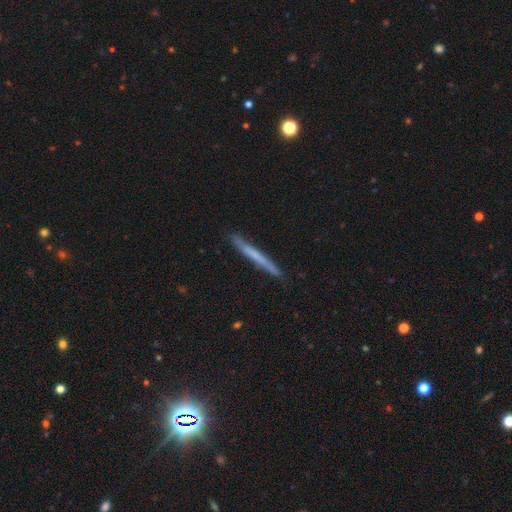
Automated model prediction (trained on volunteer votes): This appears to be a smooth galaxy with no disk features (52%) that is cigar-shaped (97%). Merging: none (88%).